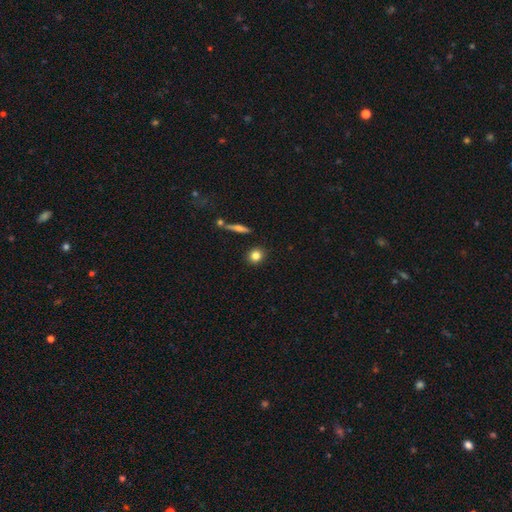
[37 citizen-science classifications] Volunteers were most divided on "smooth or featured": smooth: 84%, featured or disk: 14%, star or artifact: 3%. More confident: how rounded — round (90%); merging — none (86%).